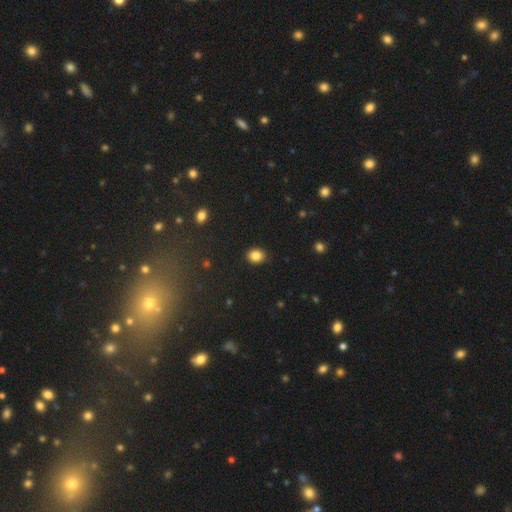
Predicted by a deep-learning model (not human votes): This appears to be a smooth galaxy with no disk features (86%) that is round (56%). Merging: none (89%).